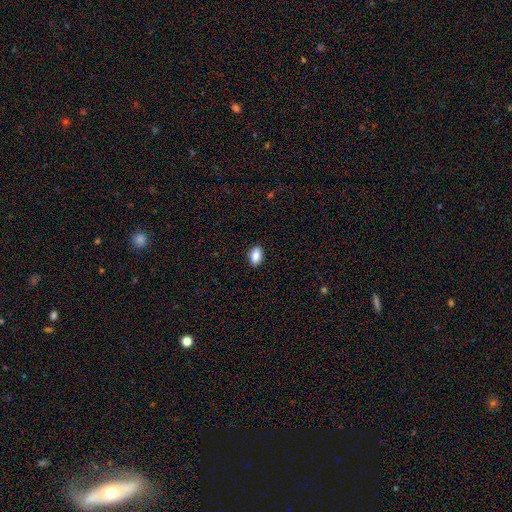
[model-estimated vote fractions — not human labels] smooth-or-featured: smooth: 88% | star or artifact: 7% | featured or disk: 5%
  how-rounded: in between: 91% | round: 7% | cigar-shaped: 2%
  merging: none: 89% | minor disturbance: 8% | major disturbance: 2% | merger: 1%